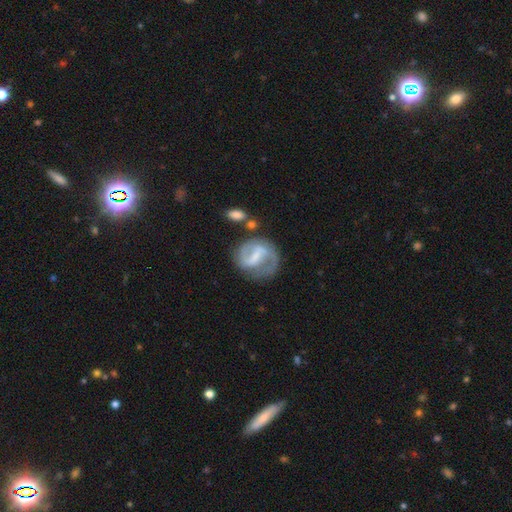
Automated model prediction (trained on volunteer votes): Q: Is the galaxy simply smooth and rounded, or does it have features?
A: featured or disk — 80%.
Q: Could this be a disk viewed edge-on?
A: no — 98%.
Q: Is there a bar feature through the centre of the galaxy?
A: strong — 45%.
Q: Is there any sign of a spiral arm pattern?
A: yes — 89%.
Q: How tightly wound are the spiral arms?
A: medium — 49%.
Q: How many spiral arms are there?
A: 2 — 79%.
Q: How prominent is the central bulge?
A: small — 42%.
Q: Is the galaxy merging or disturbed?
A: none — 61%.